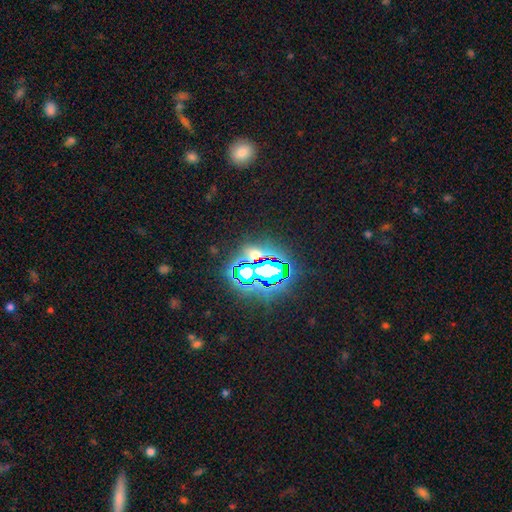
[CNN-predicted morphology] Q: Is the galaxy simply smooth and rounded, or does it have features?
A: star or artifact — 72%.